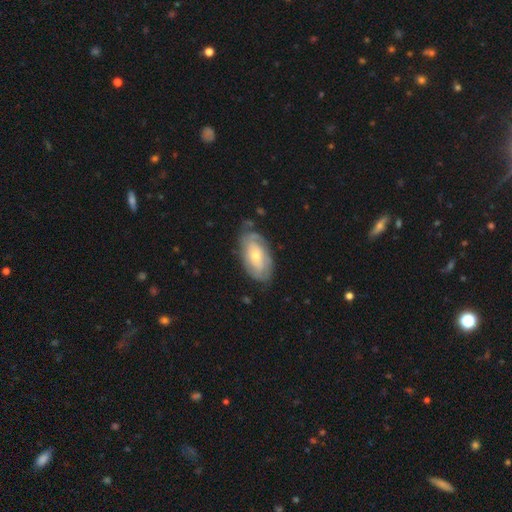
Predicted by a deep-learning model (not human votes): Smooth or featured? Predicted: featured or disk (p=0.64). Edge-on disk? Predicted: no (p=0.93). Bar? Predicted: no (p=0.70). Spiral arms? Predicted: yes (p=0.80). Bulge size? Predicted: small (p=0.51). Merging? Predicted: none (p=0.67).